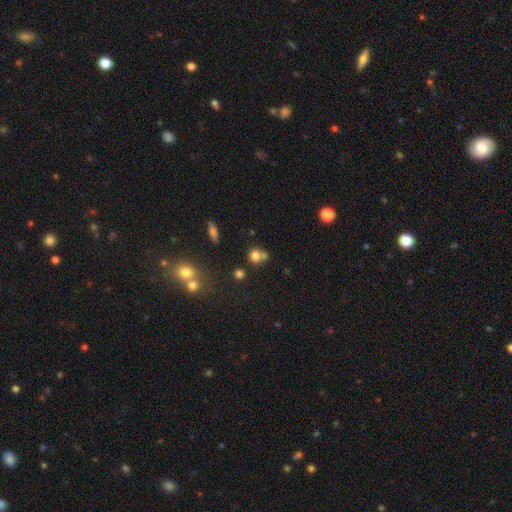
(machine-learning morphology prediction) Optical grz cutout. It shows a smooth galaxy with no disk features (75%) that is round (83%). Merging: none (48%).